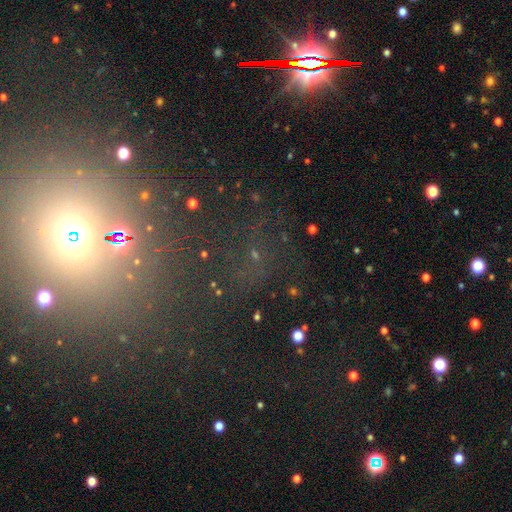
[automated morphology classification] This is likely a star or artifact rather than a galaxy (63%).